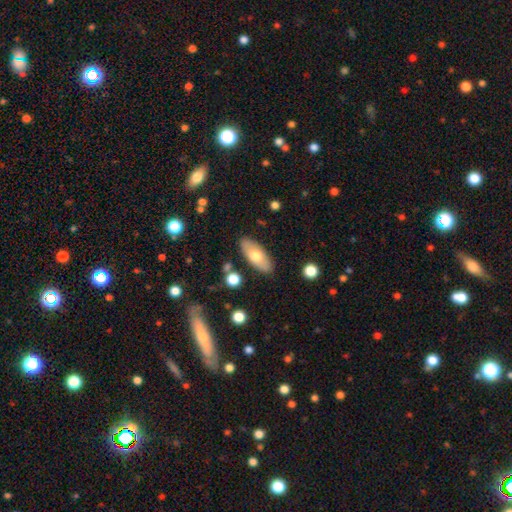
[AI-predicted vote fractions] A smooth galaxy with no disk features (65%) that is in between round and cigar-shaped (82%).

Vote fractions:
- Smooth or featured? smooth: 65% / featured or disk: 29% / star or artifact: 6%
- How rounded? in between: 82% / cigar-shaped: 15% / round: 3%
- Merging? none: 84% / minor disturbance: 10% / merger: 3% / major disturbance: 2%